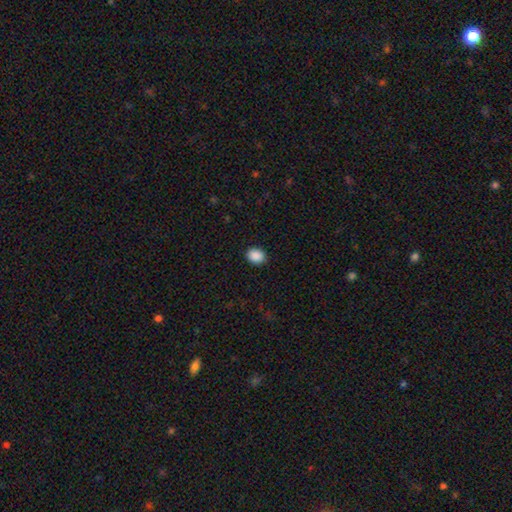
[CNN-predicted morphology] Smooth or featured: smooth — 90% (star or artifact — 8%)
How rounded: round — 52% (in between — 47%)
Merging: none — 90% (minor disturbance — 7%)